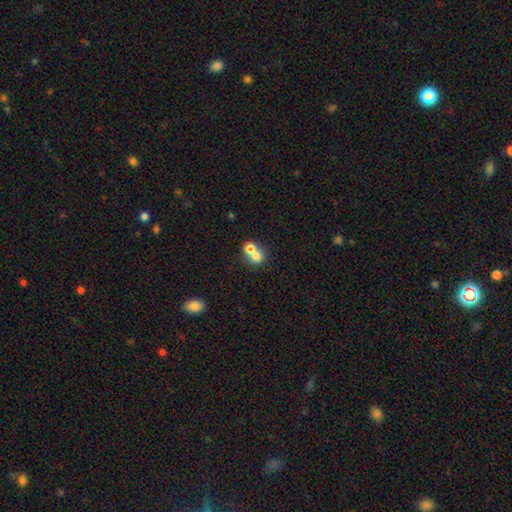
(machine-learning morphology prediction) This appears to be a smooth galaxy with no disk features (73%) that is round (80%). Merging: merger (56%).